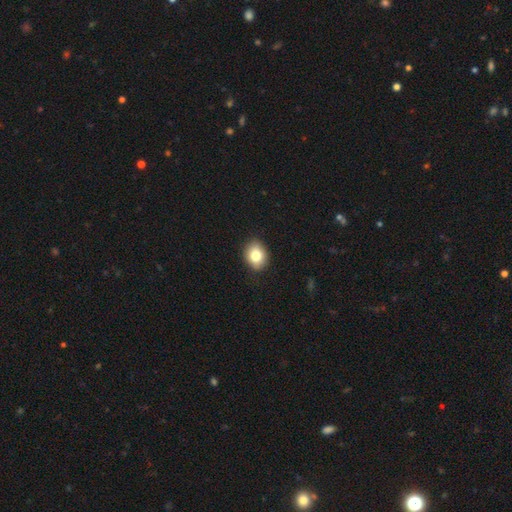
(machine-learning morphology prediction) Smooth or featured? Predicted: smooth (p=0.81). How rounded? Predicted: in between (p=0.57). Merging? Predicted: none (p=0.88).